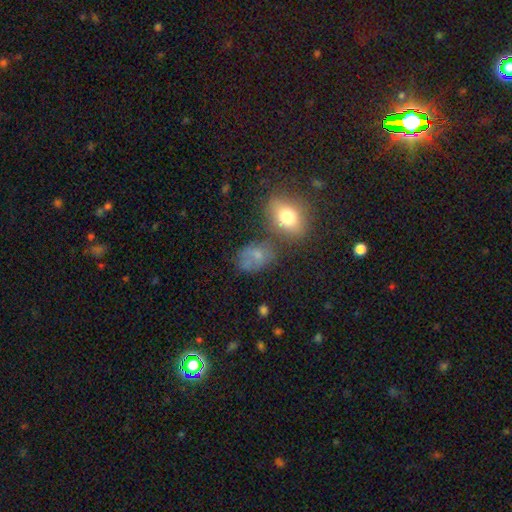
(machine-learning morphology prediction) Smooth or featured? Predicted: smooth (p=0.61). How rounded? Predicted: in between (p=0.68). Merging? Predicted: none (p=0.51).